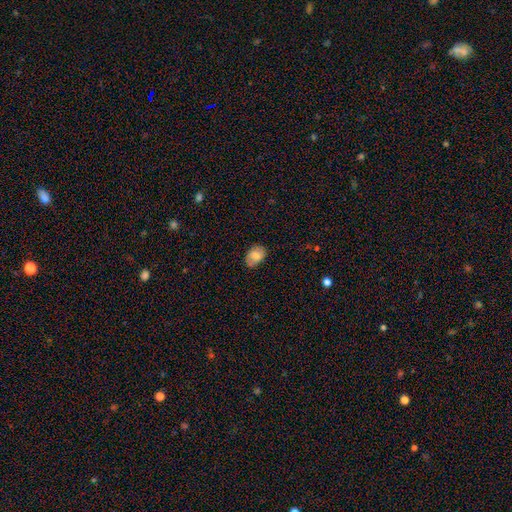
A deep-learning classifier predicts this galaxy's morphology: Smooth or featured: smooth — 76% (featured or disk — 17%)
How rounded: in between — 81% (round — 18%)
Merging: none — 70% (minor disturbance — 24%)